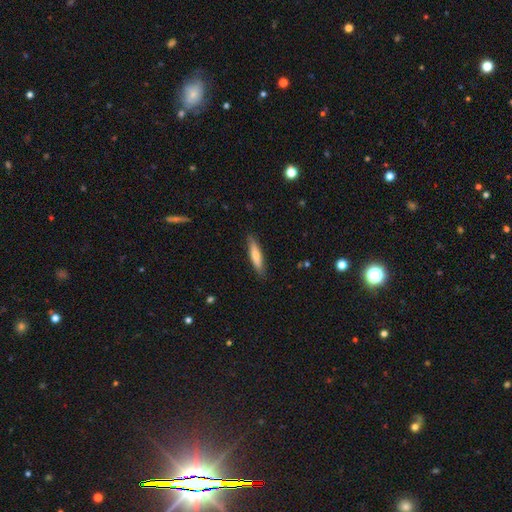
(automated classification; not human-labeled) smooth-or-featured: smooth: 66% | featured or disk: 29% | star or artifact: 6%
  how-rounded: cigar-shaped: 80% | in between: 18% | round: 1%
  merging: none: 87% | minor disturbance: 10% | major disturbance: 2% | merger: 1%